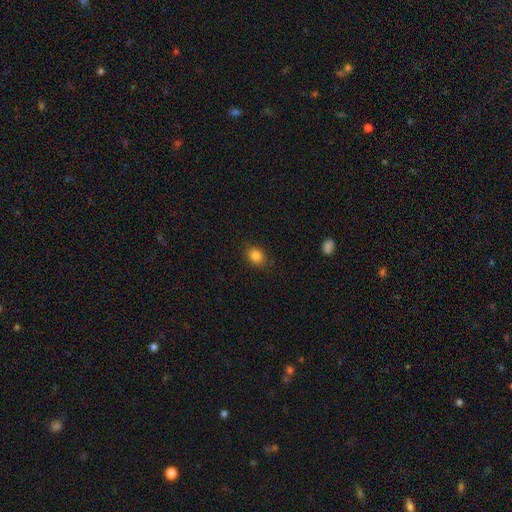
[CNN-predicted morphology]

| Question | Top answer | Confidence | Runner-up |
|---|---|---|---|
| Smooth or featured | smooth | 85% | star or artifact (10%) |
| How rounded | in between | 59% | round (40%) |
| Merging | none | 85% | minor disturbance (11%) |